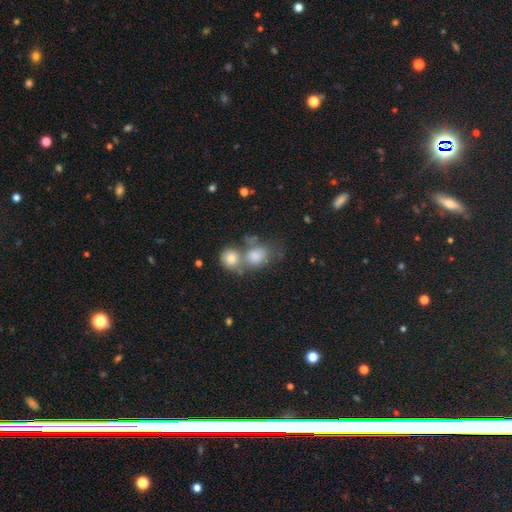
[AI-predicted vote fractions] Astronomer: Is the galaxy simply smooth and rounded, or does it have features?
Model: smooth — 79%.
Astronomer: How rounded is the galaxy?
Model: round — 53% (runner-up: in between, 45%).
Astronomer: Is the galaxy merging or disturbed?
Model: merger — 55%.